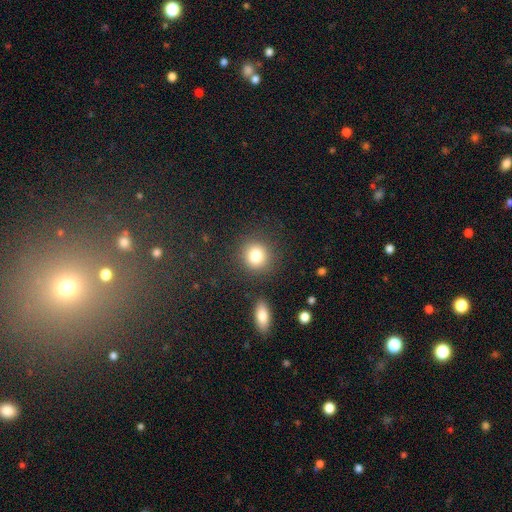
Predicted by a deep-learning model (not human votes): smooth 82%, star or artifact 11%, featured or disk 8%. Down the decision tree: how rounded — round (87%); merging — none (85%).